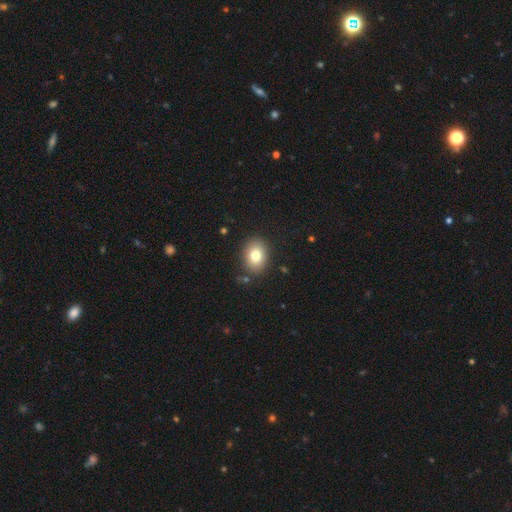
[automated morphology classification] smooth-or-featured: smooth: 79% | featured or disk: 11% | star or artifact: 10%
  how-rounded: in between: 60% | round: 39% | cigar-shaped: 1%
  merging: none: 86% | minor disturbance: 9% | major disturbance: 3% | merger: 2%